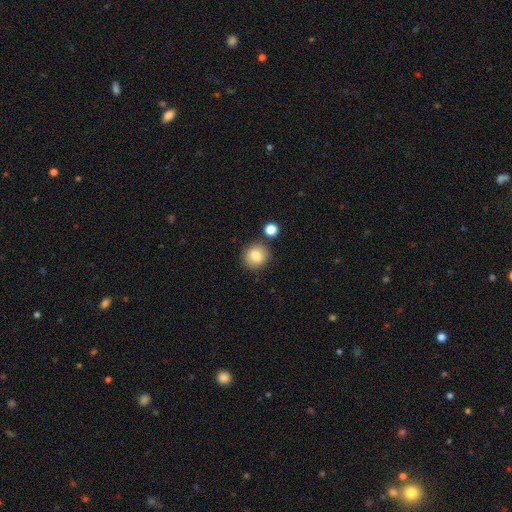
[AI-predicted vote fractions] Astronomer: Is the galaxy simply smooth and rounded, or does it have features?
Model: smooth — 82%.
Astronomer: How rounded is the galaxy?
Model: round — 87%.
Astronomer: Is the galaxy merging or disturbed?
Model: none — 82%.